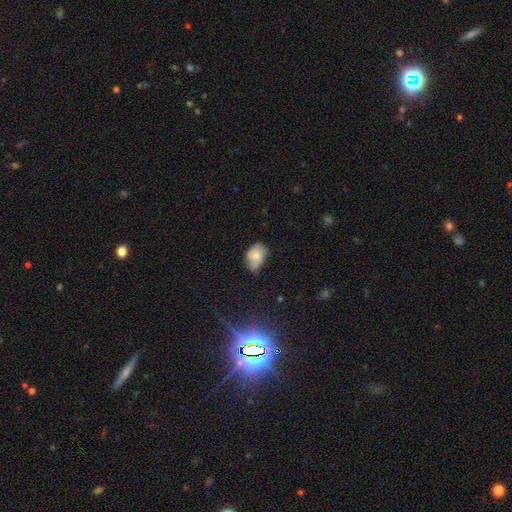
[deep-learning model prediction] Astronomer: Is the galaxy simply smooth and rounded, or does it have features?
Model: smooth — 64%.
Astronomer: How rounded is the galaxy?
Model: in between — 77%.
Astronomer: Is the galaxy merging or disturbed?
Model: minor disturbance — 41% (runner-up: none, 40%).